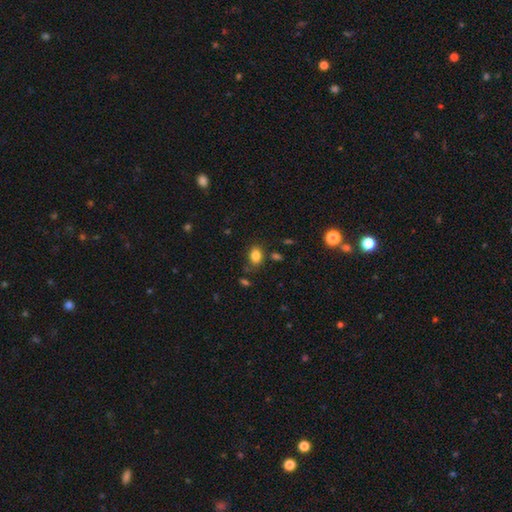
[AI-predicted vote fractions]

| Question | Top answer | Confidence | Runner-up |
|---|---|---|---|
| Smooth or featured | smooth | 83% | star or artifact (10%) |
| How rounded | in between | 77% | round (22%) |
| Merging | none | 77% | minor disturbance (15%) |